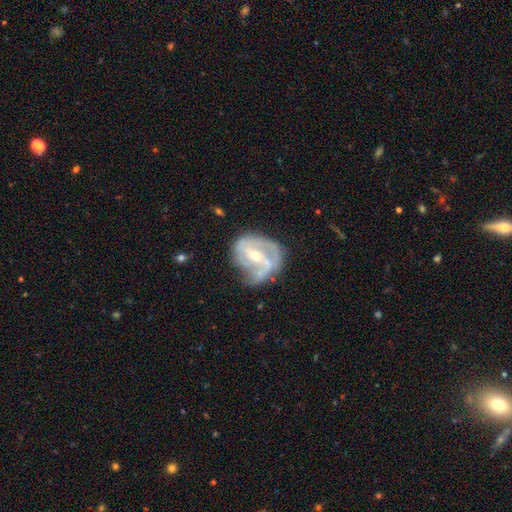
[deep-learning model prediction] Q: Smooth or featured?
A: featured or disk (84%); runner-up: smooth (10%)
Q: Edge-on disk?
A: no (97%); runner-up: yes (3%)
Q: Bar?
A: weak (38%); runner-up: strong (37%)
Q: Spiral arms?
A: yes (88%); runner-up: no (12%)
Q: Spiral winding?
A: medium (42%); runner-up: tight (35%)
Q: Spiral arm count?
A: 2 (52%); runner-up: can't tell (19%)
Q: Bulge size?
A: small (57%); runner-up: moderate (40%)
Q: Merging?
A: none (45%); runner-up: minor disturbance (29%)